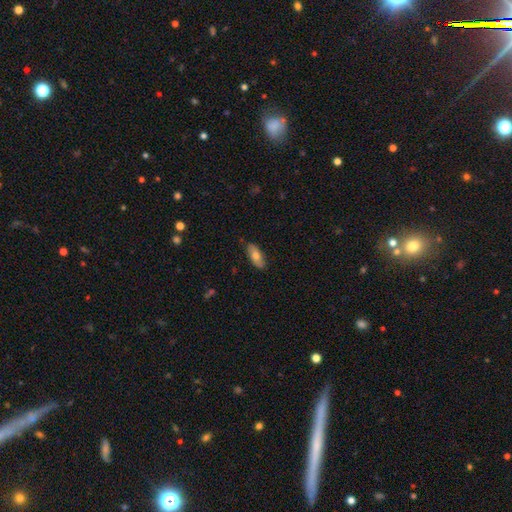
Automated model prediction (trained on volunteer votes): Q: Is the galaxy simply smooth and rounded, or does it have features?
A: smooth — 71%.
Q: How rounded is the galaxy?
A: in between — 79%.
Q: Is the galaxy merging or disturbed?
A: none — 85%.